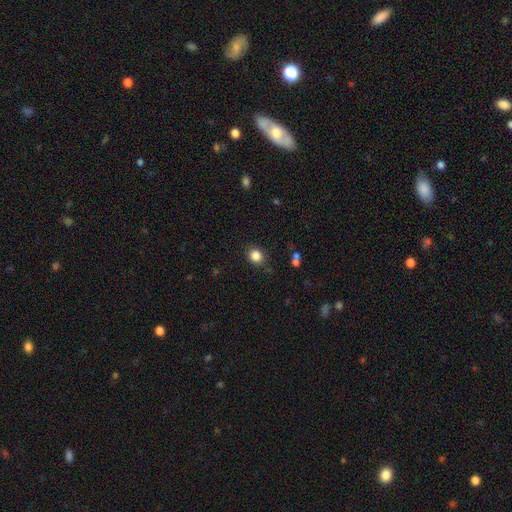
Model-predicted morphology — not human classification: Smooth or featured? smooth (85%)
How rounded? round (72%)
Merging? none (87%)